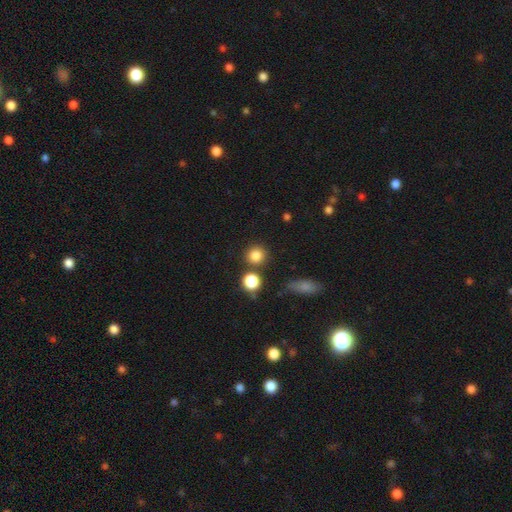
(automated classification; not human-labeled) Smooth or featured: smooth — 83% (star or artifact — 12%)
How rounded: round — 89% (in between — 10%)
Merging: none — 79% (merger — 10%)